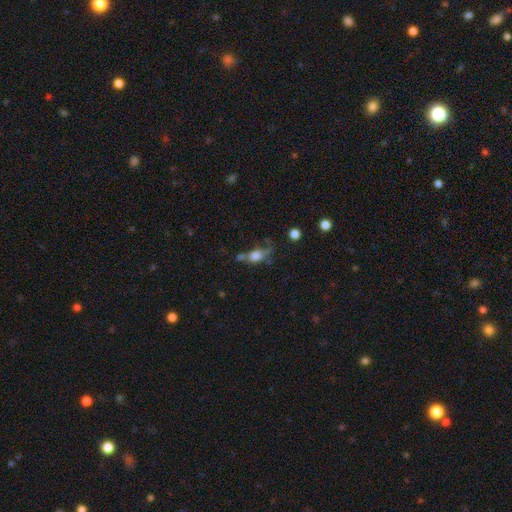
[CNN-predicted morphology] Smooth or featured? Predicted: smooth (p=0.65). How rounded? Predicted: in between (p=0.68). Merging? Predicted: none (p=0.37).